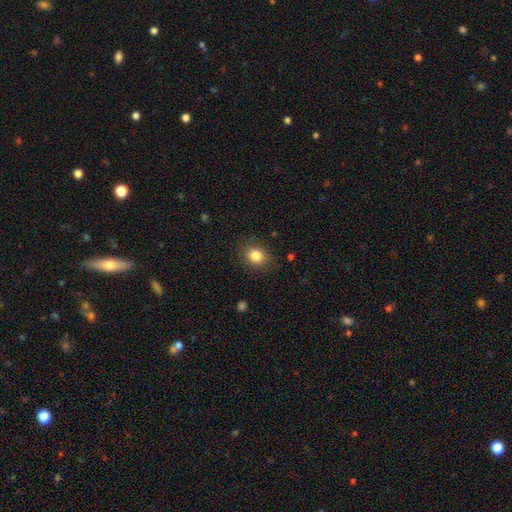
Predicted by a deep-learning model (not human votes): Smooth or featured: smooth — 83% (star or artifact — 10%)
How rounded: round — 59% (in between — 41%)
Merging: none — 86% (minor disturbance — 10%)